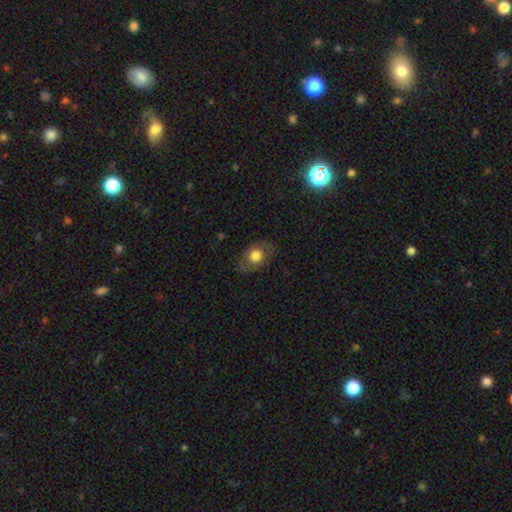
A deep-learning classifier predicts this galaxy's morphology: This appears to be a smooth galaxy with no disk features (57%) that is in between round and cigar-shaped (71%). Merging: none (77%).